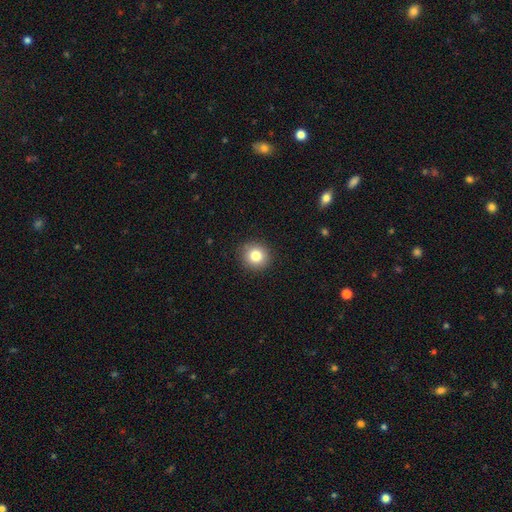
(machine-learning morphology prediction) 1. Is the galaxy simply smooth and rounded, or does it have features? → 82% smooth, 11% star or artifact, 7% featured or disk.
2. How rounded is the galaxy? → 90% round, 9% in between, 1% cigar-shaped.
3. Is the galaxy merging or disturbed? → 90% none, 7% minor disturbance, 2% major disturbance, 1% merger.